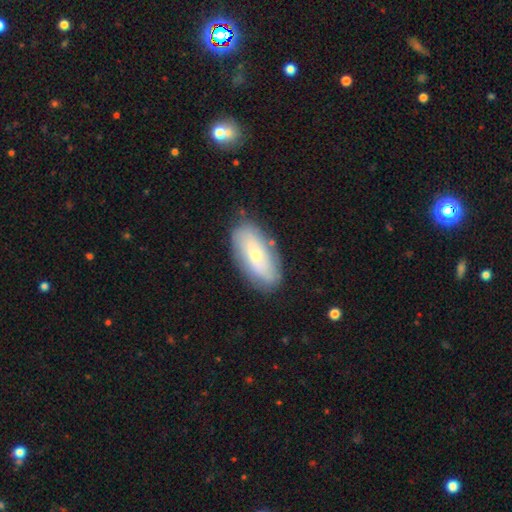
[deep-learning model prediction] This is possibly a smooth galaxy (53%). How rounded: clearly in between (88%). Merging: likely none (80%).